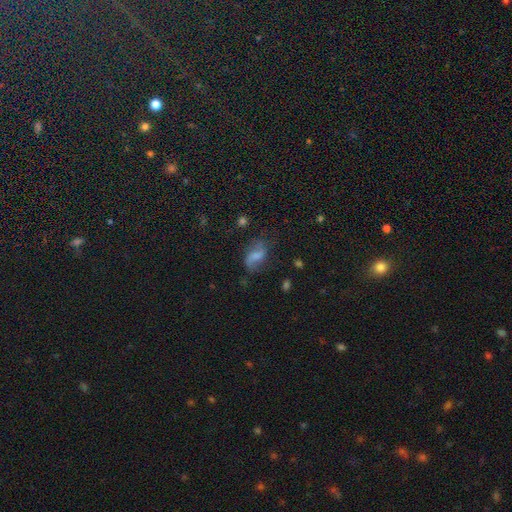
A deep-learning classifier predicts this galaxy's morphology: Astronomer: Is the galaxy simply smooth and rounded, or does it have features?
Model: smooth — 46% (runner-up: featured or disk, 42%).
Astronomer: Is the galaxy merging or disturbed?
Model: none — 53%.